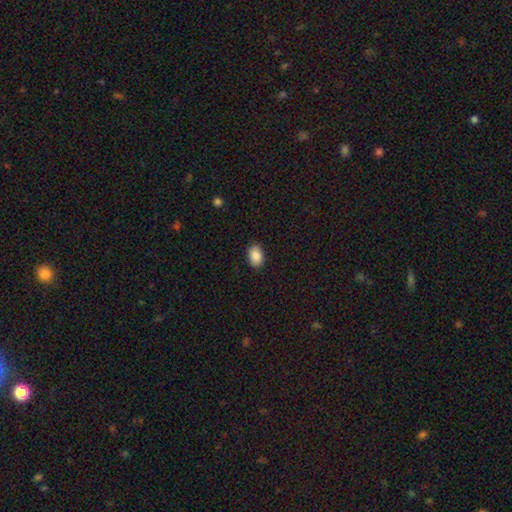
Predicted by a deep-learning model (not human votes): smooth-or-featured: smooth: 88% | star or artifact: 7% | featured or disk: 4%
  how-rounded: in between: 84% | round: 15% | cigar-shaped: 1%
  merging: none: 89% | minor disturbance: 8% | major disturbance: 2% | merger: 1%